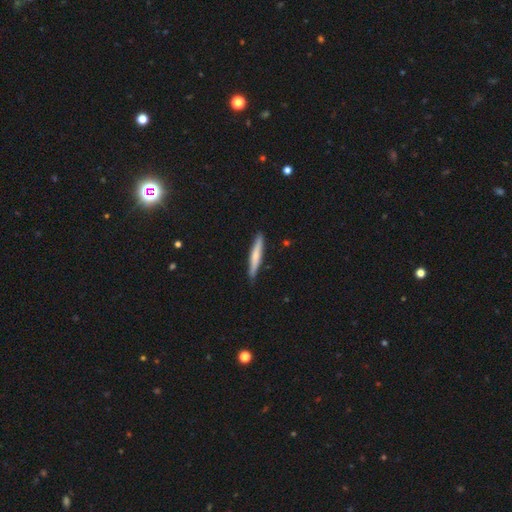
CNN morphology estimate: type=smooth (63%); roundness=cigar-shaped (94%); merging=none (89%).